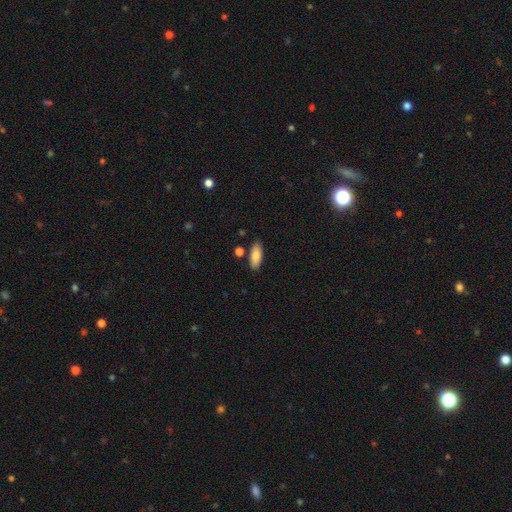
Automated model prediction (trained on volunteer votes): A smooth galaxy with no disk features (84%) that is in between round and cigar-shaped (77%). Merging: none (83%).